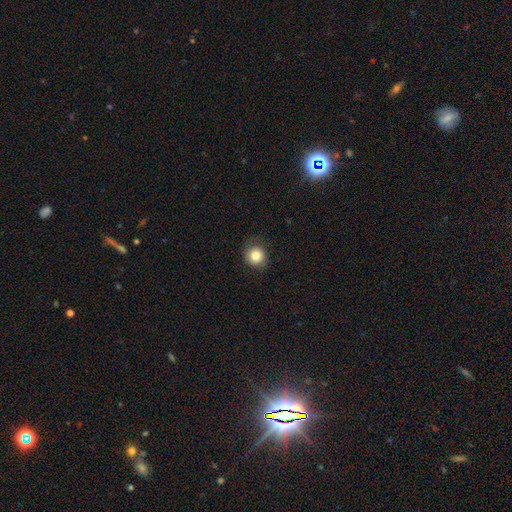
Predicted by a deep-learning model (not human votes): Smooth or featured?
  - smooth: 84% *
  - star or artifact: 10%
  - featured or disk: 6%
How rounded?
  - round: 90% *
  - in between: 9%
  - cigar-shaped: 1%
Merging?
  - none: 82% *
  - minor disturbance: 13%
  - major disturbance: 4%
  - merger: 1%